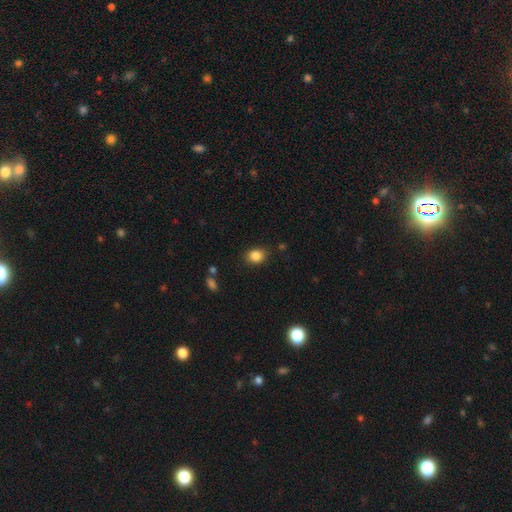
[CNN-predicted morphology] Overall: smooth (86%). How rounded: round (55%; in between 44%). Merging: none (83%).